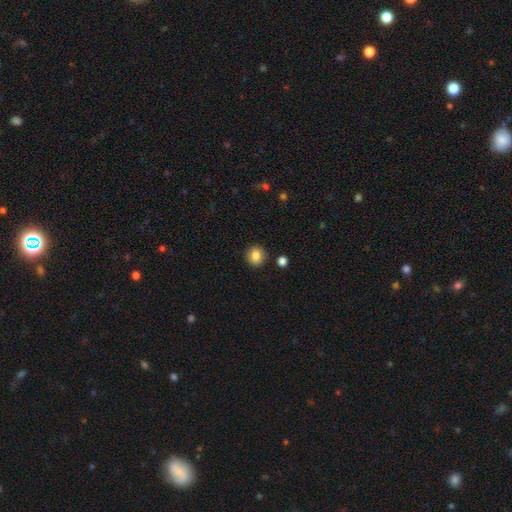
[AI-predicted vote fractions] This is clearly a smooth galaxy (85%). How rounded: clearly round (83%). Merging: clearly none (89%).